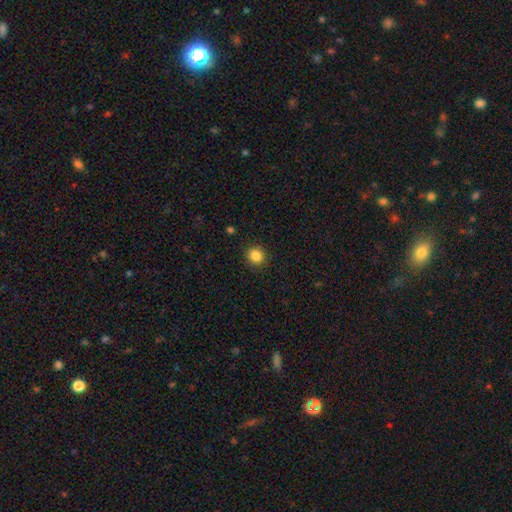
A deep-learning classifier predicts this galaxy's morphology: This appears to be a smooth galaxy with no disk features (86%) that is round (88%). Merging: none (91%).